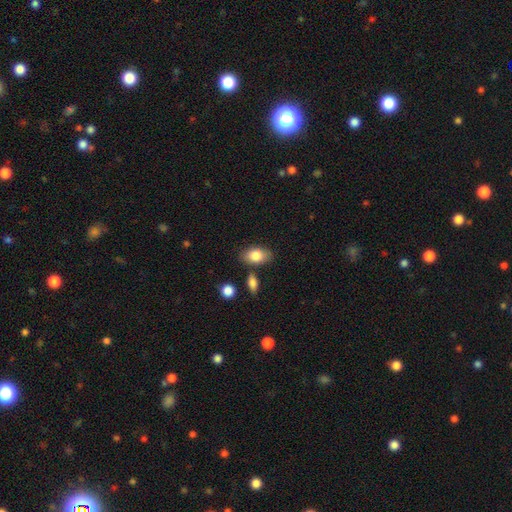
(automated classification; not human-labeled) Smooth or featured: smooth — 83% (featured or disk — 10%)
How rounded: in between — 89% (round — 9%)
Merging: none — 76% (minor disturbance — 13%)